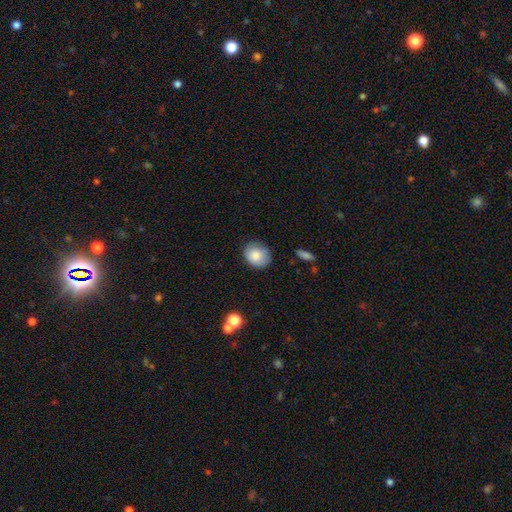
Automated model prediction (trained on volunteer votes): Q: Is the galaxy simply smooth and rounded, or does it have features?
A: smooth — 84%.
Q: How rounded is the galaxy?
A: round — 63%.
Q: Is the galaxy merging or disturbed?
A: none — 75%.